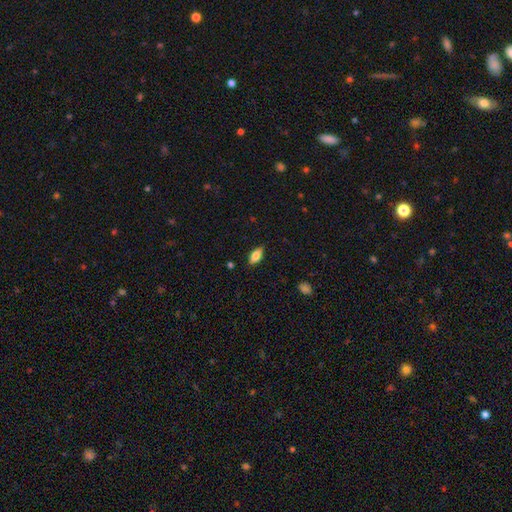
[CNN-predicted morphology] smooth 75%, featured or disk 18%, star or artifact 7%. Down the decision tree: how rounded — in between (84%); merging — none (85%).